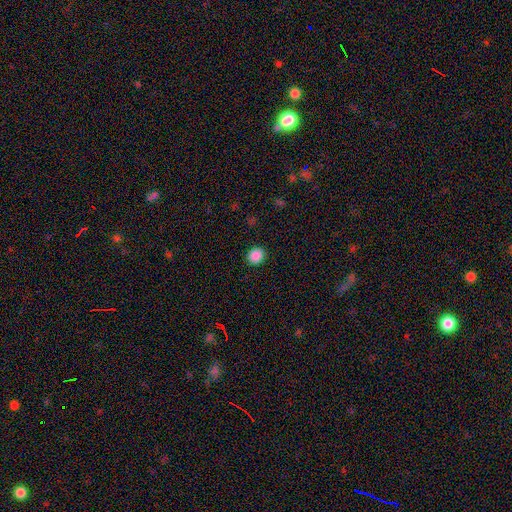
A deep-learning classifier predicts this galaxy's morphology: smooth-or-featured: smooth: 88% | star or artifact: 9% | featured or disk: 3%
  how-rounded: round: 82% | in between: 17% | cigar-shaped: 1%
  merging: none: 92% | minor disturbance: 5% | major disturbance: 2% | merger: 1%